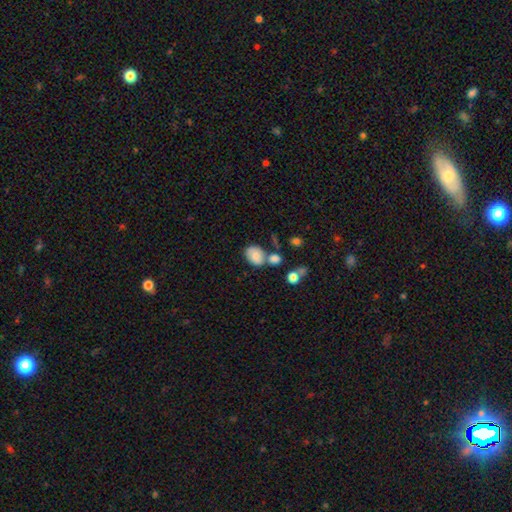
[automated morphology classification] type=smooth (74%); roundness=in between (70%); merging=none (45%).